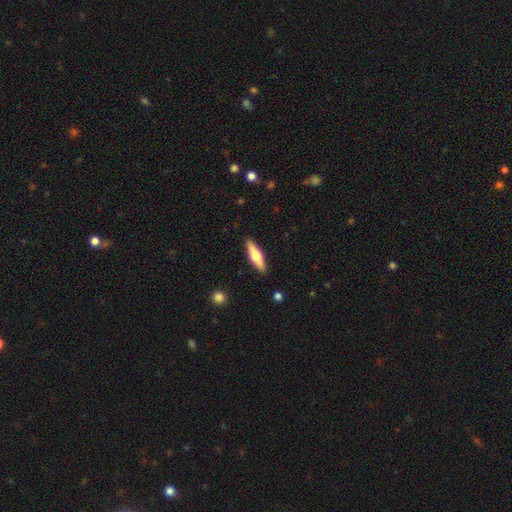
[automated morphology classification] smooth_or_featured: featured or disk (p=0.48) [alt: smooth p=0.47]
merging: none (p=0.90) [alt: minor disturbance p=0.08]